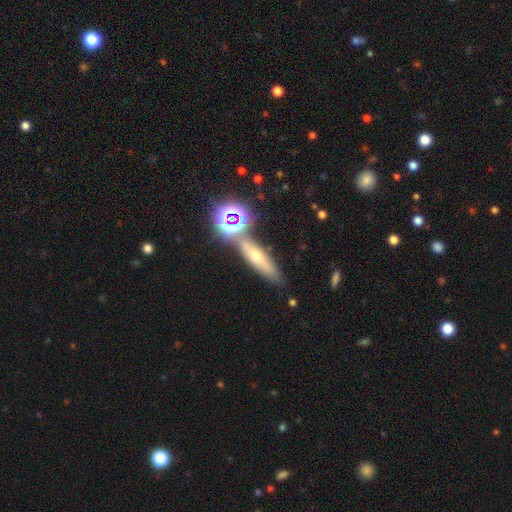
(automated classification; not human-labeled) smooth 42%, featured or disk 31%, star or artifact 27%. Down the decision tree: merging — none (73%).